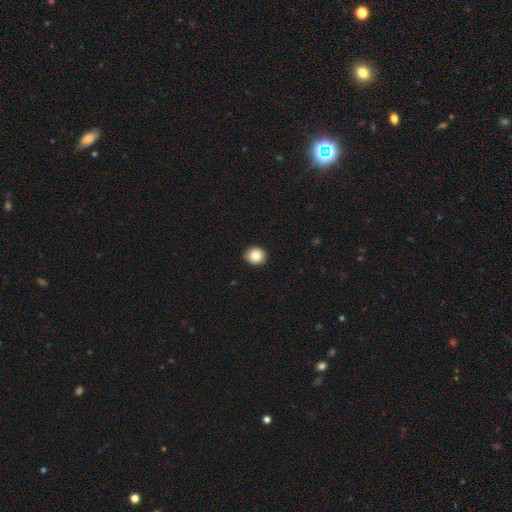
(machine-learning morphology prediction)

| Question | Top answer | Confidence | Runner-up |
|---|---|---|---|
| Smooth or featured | smooth | 85% | star or artifact (9%) |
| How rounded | round | 87% | in between (12%) |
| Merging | none | 91% | minor disturbance (6%) |